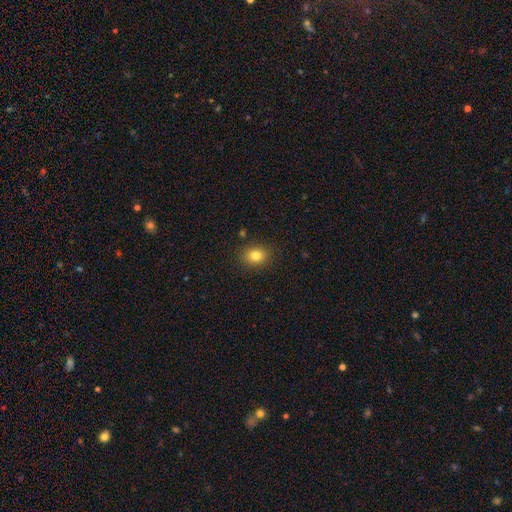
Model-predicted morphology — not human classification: Smooth or featured? smooth (81%)
How rounded? round (56%)
Merging? none (88%)